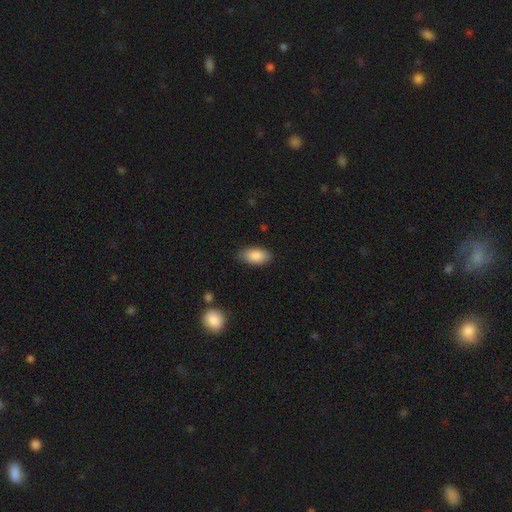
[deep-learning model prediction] smooth 87%, star or artifact 6%, featured or disk 6%. Down the decision tree: how rounded — in between (93%); merging — none (81%).